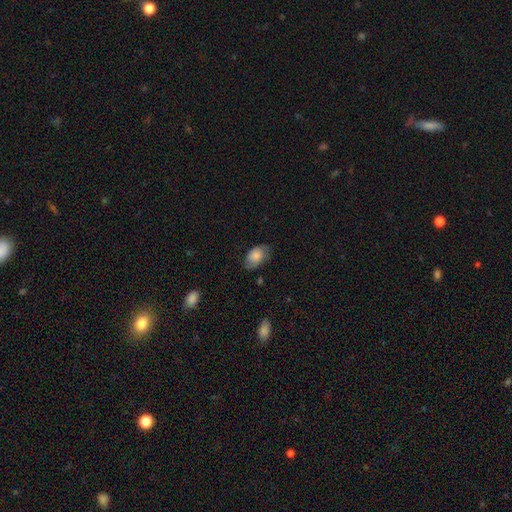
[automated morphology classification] A smooth galaxy with no disk features (74%) that is in between round and cigar-shaped (87%). Merging: none (67%).